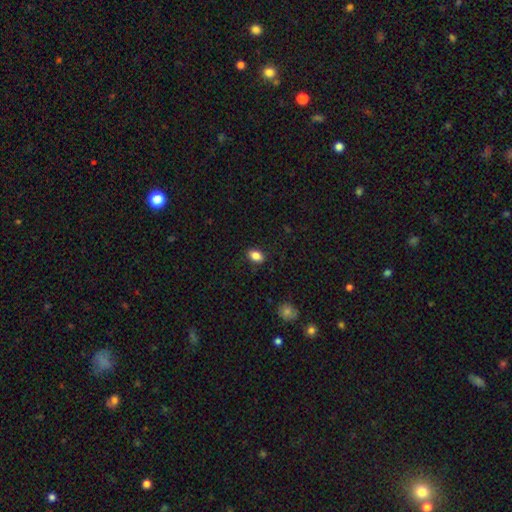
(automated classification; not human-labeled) Smooth or featured? Predicted: smooth (p=0.86). How rounded? Predicted: in between (p=0.84). Merging? Predicted: none (p=0.86).